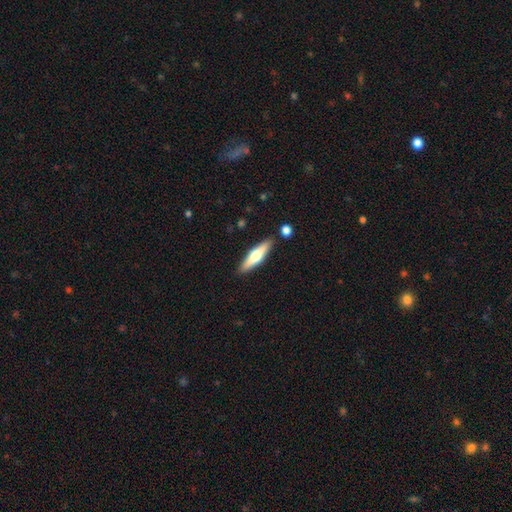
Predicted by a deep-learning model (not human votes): Q: Smooth or featured?
A: featured or disk (48%); runner-up: smooth (47%)
Q: Merging?
A: none (87%); runner-up: minor disturbance (8%)